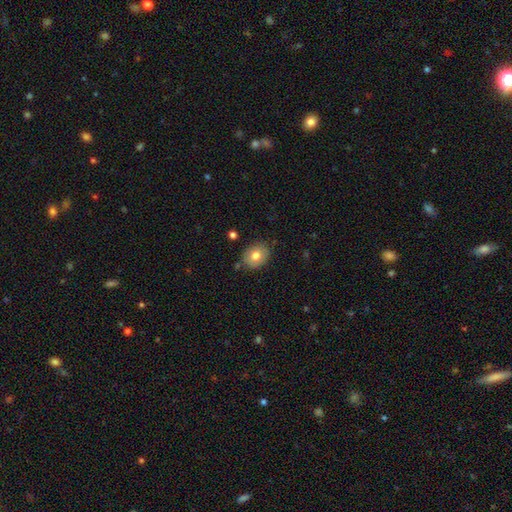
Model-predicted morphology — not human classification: Smooth or featured? smooth (76%)
How rounded? in between (56%)
Merging? none (81%)